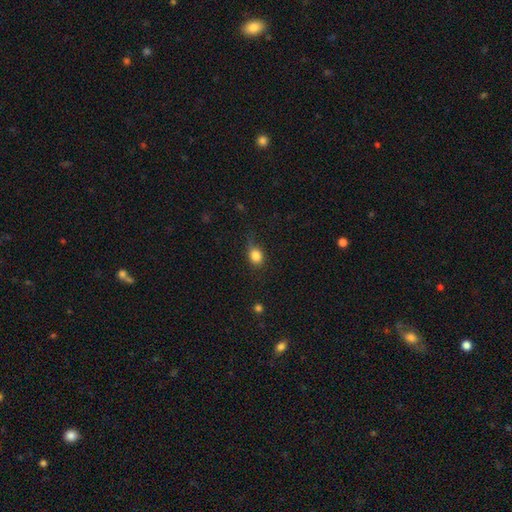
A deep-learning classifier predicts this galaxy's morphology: Smooth or featured?
  - smooth: 83% *
  - star or artifact: 10%
  - featured or disk: 7%
How rounded?
  - in between: 52% *
  - round: 46%
  - cigar-shaped: 2%
Merging?
  - none: 62% *
  - minor disturbance: 28%
  - major disturbance: 9%
  - merger: 2%